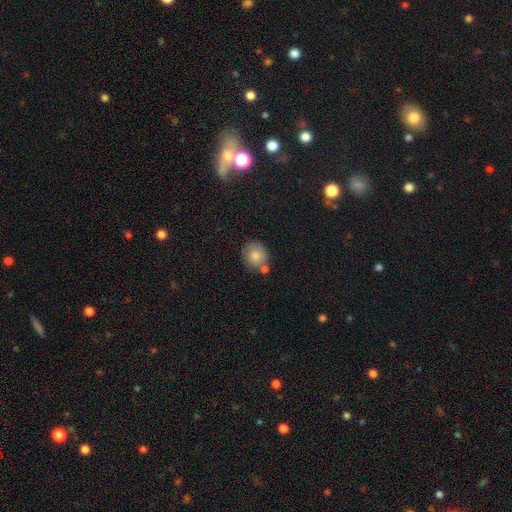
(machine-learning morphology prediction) This appears to be a smooth galaxy with no disk features (81%) that is round (80%). Merging: none (61%).